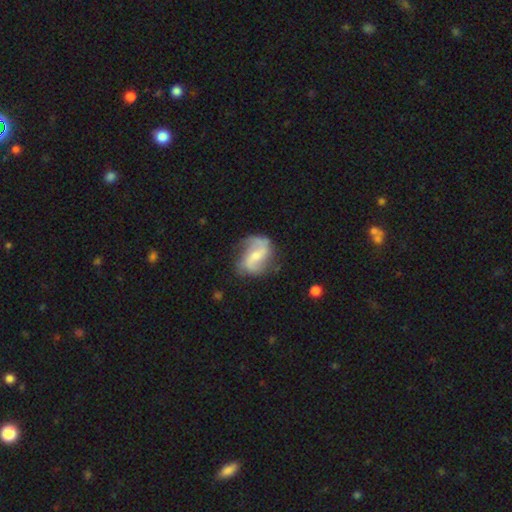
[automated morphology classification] smooth_or_featured: featured or disk (p=0.78) [alt: smooth p=0.16]
disk_edge_on: no (p=0.97) [alt: yes p=0.03]
bar: weak (p=0.48) [alt: no p=0.28]
has_spiral_arms: yes (p=0.93) [alt: no p=0.07]
spiral_winding: loose (p=0.57) [alt: medium p=0.33]
spiral_arm_count: 2 (p=0.88) [alt: can't tell p=0.05]
bulge_size: small (p=0.49) [alt: moderate p=0.40]
merging: none (p=0.68) [alt: minor disturbance p=0.20]